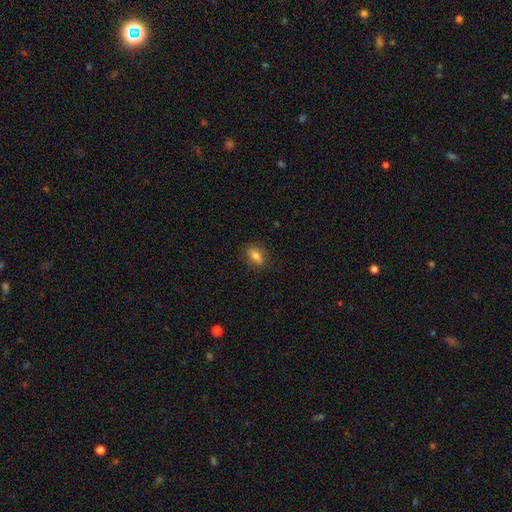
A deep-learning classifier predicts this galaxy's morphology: Smooth or featured: smooth — 76% (featured or disk — 14%)
How rounded: in between — 75% (round — 17%)
Merging: none — 84% (minor disturbance — 12%)